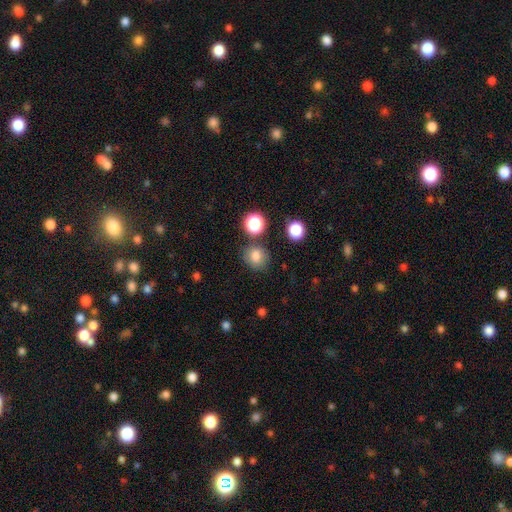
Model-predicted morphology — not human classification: A smooth galaxy with no disk features (78%) that is round (82%).

Vote fractions:
- Smooth or featured? smooth: 78% / star or artifact: 15% / featured or disk: 7%
- How rounded? round: 82% / in between: 18% / cigar-shaped: 1%
- Merging? none: 78% / minor disturbance: 11% / merger: 7% / major disturbance: 4%